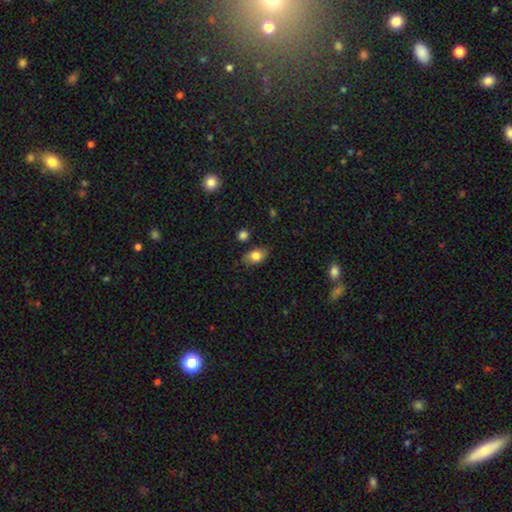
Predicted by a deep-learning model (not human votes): Smooth or featured? Predicted: smooth (p=0.81). How rounded? Predicted: in between (p=0.82). Merging? Predicted: none (p=0.78).